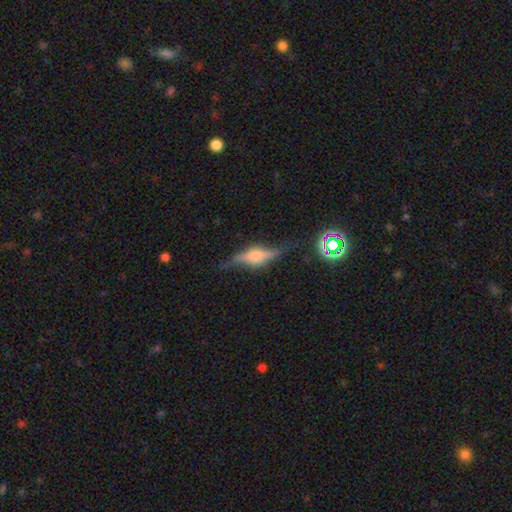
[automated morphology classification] Smooth or featured? featured or disk (74%)
Edge-on disk? yes (90%)
Edge-on bulge? rounded (80%)
Merging? none (72%)